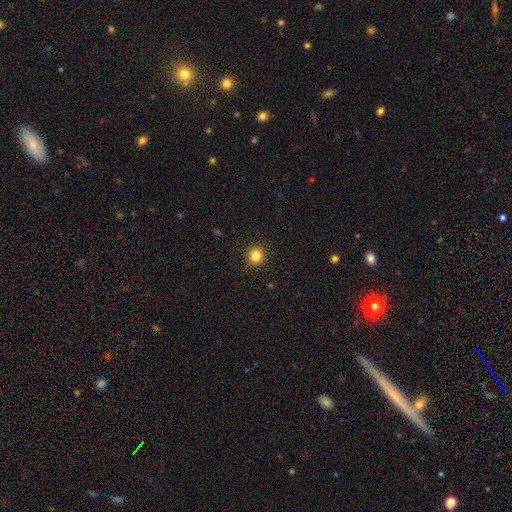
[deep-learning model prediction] Smooth or featured: smooth — 84% (star or artifact — 11%)
How rounded: round — 88% (in between — 12%)
Merging: none — 91% (minor disturbance — 6%)